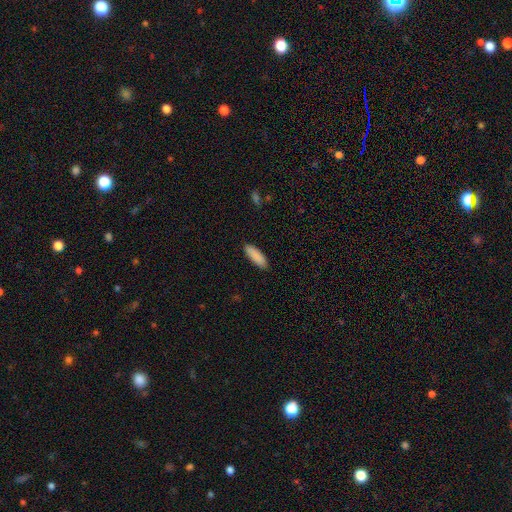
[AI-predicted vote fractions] smooth-or-featured: smooth: 90% | star or artifact: 6% | featured or disk: 5%
  how-rounded: in between: 58% | cigar-shaped: 41% | round: 1%
  merging: none: 88% | minor disturbance: 9% | major disturbance: 2% | merger: 1%